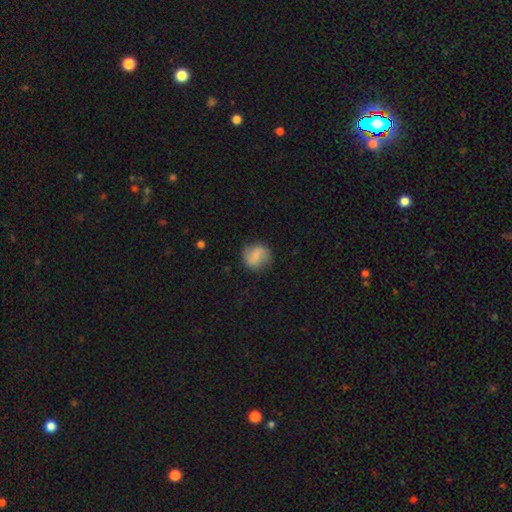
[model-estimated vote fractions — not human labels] This appears to be a smooth galaxy with no disk features (60%) that is round (78%). Merging: none (75%).